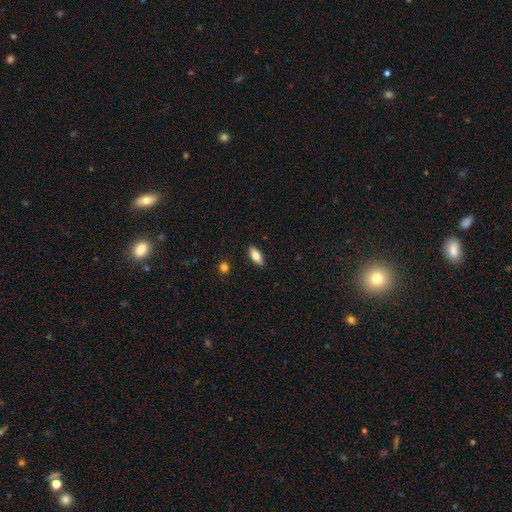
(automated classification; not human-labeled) smooth_or_featured: smooth (p=0.81) [alt: featured or disk p=0.12]
how_rounded: in between (p=0.84) [alt: cigar-shaped p=0.14]
merging: none (p=0.88) [alt: minor disturbance p=0.09]